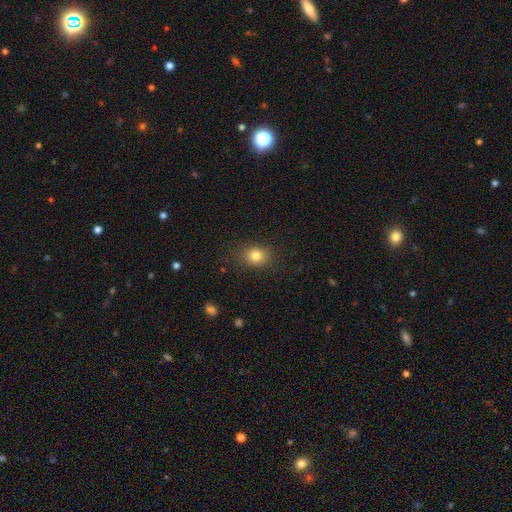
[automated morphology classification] A smooth galaxy with no disk features (81%) that is round (59%). Merging: none (86%).